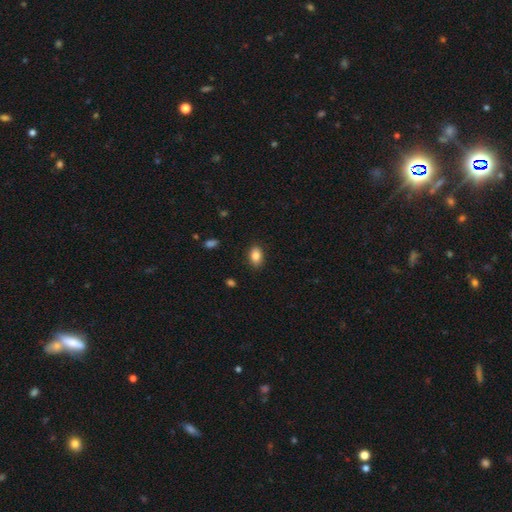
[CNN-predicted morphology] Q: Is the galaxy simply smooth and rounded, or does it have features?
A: smooth — 85%.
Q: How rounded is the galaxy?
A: in between — 84%.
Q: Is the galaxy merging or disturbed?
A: none — 87%.